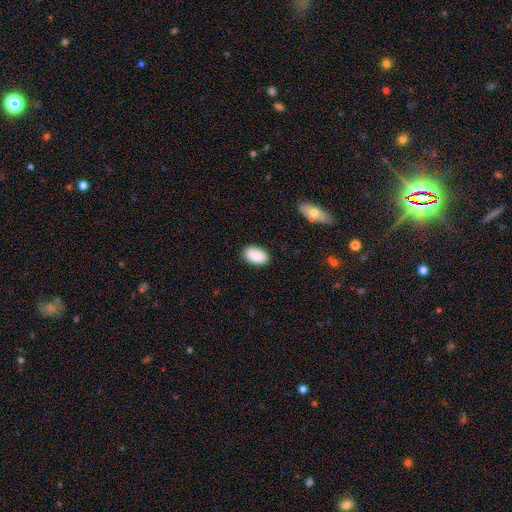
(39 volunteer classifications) smooth_or_featured: smooth (p=0.87) [alt: star or artifact p=0.10]
how_rounded: in between (p=0.88) [alt: round p=0.09]
merging: none (p=0.83) [alt: minor disturbance p=0.11]